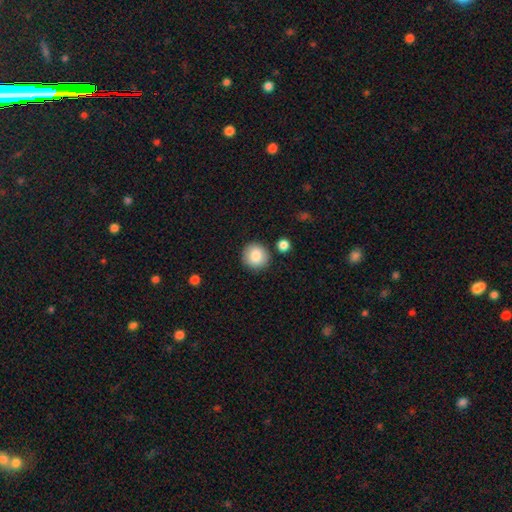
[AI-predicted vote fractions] Smooth or featured? smooth (86%)
How rounded? round (93%)
Merging? none (87%)